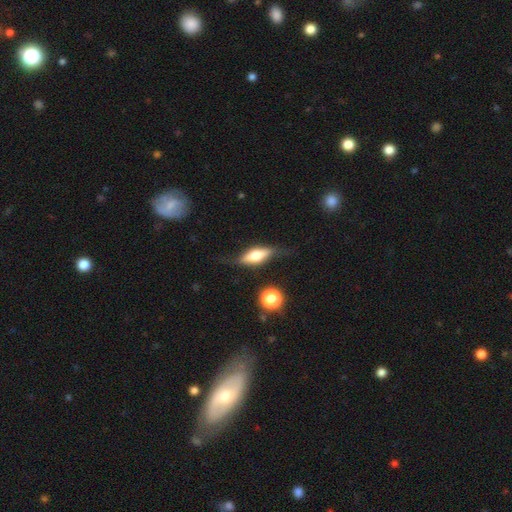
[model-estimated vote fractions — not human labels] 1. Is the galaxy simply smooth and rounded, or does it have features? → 54% featured or disk, 38% smooth, 7% star or artifact.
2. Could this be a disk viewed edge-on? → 88% yes, 12% no.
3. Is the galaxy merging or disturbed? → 70% none, 20% minor disturbance, 8% major disturbance, 3% merger.